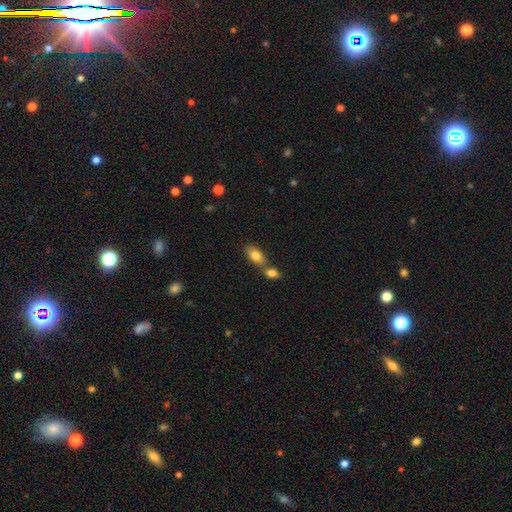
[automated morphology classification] type=smooth (82%); roundness=in between (89%); merging=none (45%).